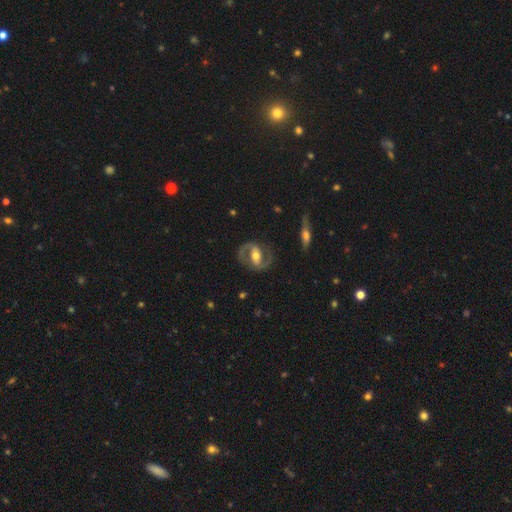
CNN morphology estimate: Smooth or featured?
  - featured or disk: 87% *
  - smooth: 9%
  - star or artifact: 4%
Edge-on disk?
  - no: 97% *
  - yes: 3%
Bar?
  - strong: 45% *
  - weak: 35%
  - no: 21%
Spiral arms?
  - yes: 94% *
  - no: 6%
Spiral winding?
  - medium: 57% *
  - tight: 23%
  - loose: 20%
Spiral arm count?
  - 2: 92% *
  - can't tell: 3%
  - 1: 2%
  - 3: 1%
  - 4: 1%
  - more than 4: 1%
Bulge size?
  - moderate: 69% *
  - small: 20%
  - large: 9%
  - none: 1%
  - dominant: 1%
Merging?
  - none: 82% *
  - minor disturbance: 11%
  - major disturbance: 5%
  - merger: 1%